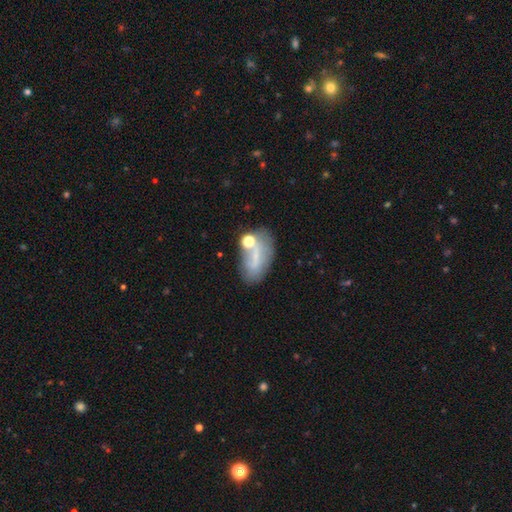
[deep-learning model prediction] Smooth or featured? Predicted: smooth (p=0.52). How rounded? Predicted: in between (p=0.85). Merging? Predicted: none (p=0.51).